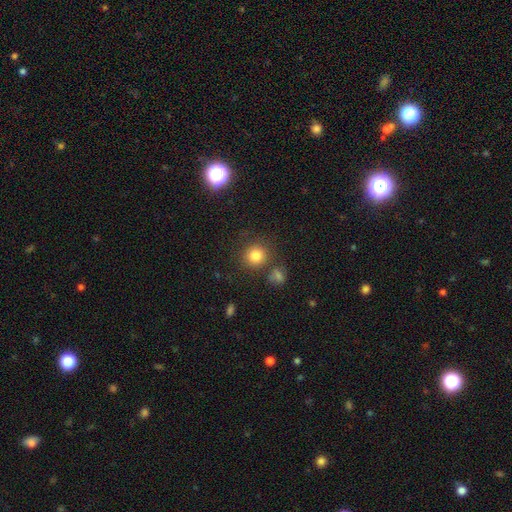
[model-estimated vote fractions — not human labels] Q: Smooth or featured?
A: smooth (81%); runner-up: star or artifact (12%)
Q: How rounded?
A: round (88%); runner-up: in between (11%)
Q: Merging?
A: none (78%); runner-up: minor disturbance (9%)